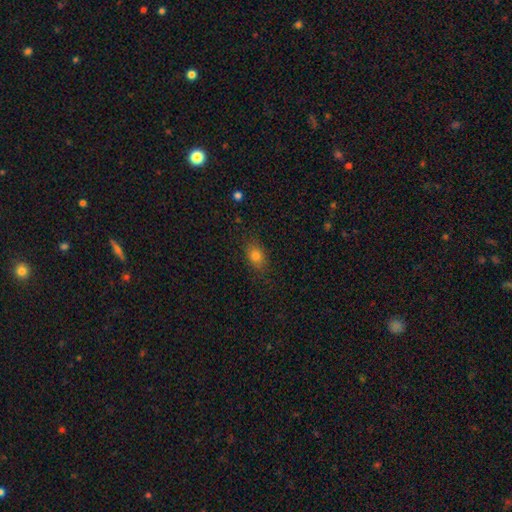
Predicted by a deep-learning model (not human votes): Smooth or featured? Predicted: smooth (p=0.80). How rounded? Predicted: in between (p=0.74). Merging? Predicted: none (p=0.83).